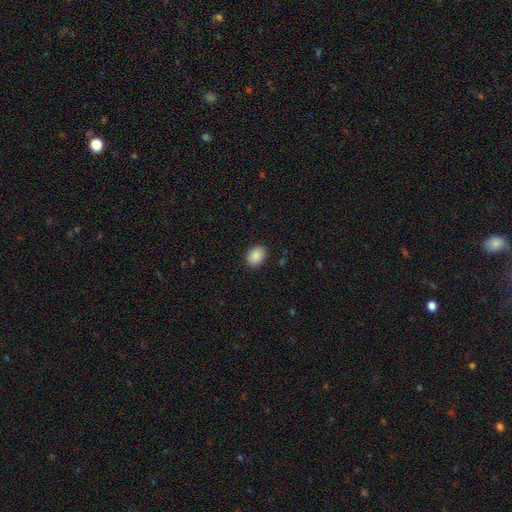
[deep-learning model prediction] smooth-or-featured: smooth: 89% | star or artifact: 8% | featured or disk: 4%
  how-rounded: in between: 63% | round: 36% | cigar-shaped: 1%
  merging: none: 88% | minor disturbance: 8% | major disturbance: 2% | merger: 1%